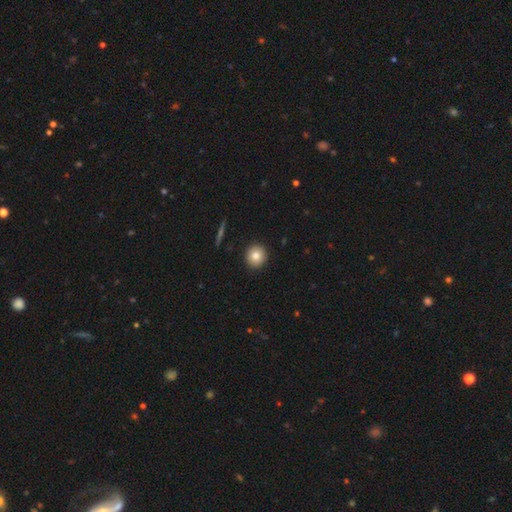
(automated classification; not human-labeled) Morphology: type=smooth (83%); roundness=round (93%); merging=none (93%).